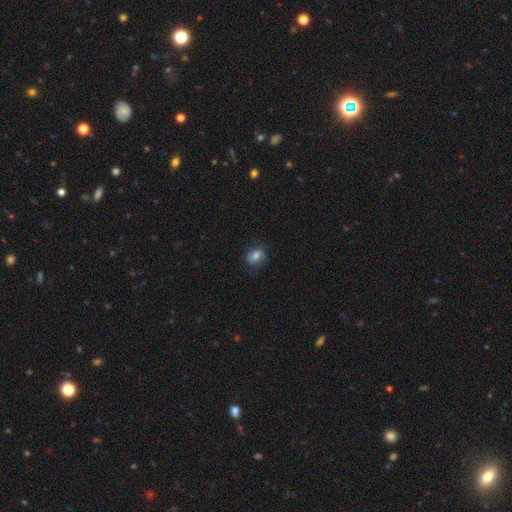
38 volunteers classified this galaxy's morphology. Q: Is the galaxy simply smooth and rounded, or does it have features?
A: featured or disk — 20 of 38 (53%).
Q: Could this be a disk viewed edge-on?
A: no — 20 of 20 (100%).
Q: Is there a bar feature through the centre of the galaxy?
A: no — 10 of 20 (50%).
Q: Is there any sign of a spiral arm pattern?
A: yes — 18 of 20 (90%).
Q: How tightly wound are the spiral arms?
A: medium — 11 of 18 (61%).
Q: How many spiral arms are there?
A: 2 — 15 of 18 (83%).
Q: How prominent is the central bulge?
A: moderate — 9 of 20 (45%).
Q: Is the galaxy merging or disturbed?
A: none — 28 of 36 (78%).